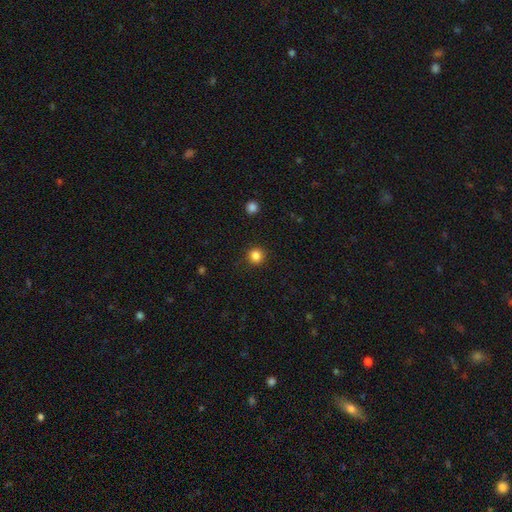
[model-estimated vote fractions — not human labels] Smooth or featured?
  - smooth: 84% *
  - star or artifact: 12%
  - featured or disk: 4%
How rounded?
  - round: 94% *
  - in between: 5%
  - cigar-shaped: 1%
Merging?
  - none: 91% *
  - minor disturbance: 6%
  - major disturbance: 2%
  - merger: 1%